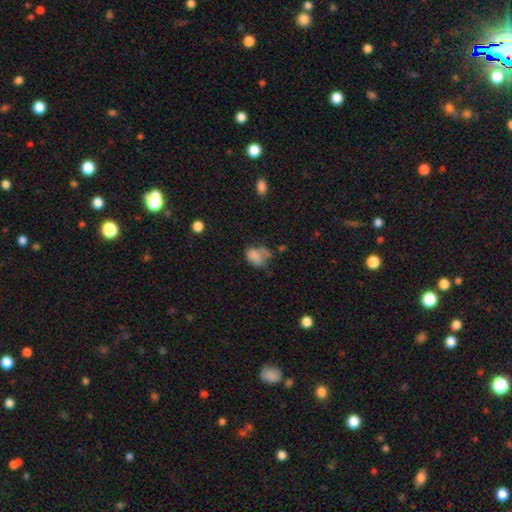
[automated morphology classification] A smooth galaxy with no disk features (77%) that is in between round and cigar-shaped (78%).

Vote fractions:
- Smooth or featured? smooth: 77% / featured or disk: 12% / star or artifact: 11%
- How rounded? in between: 78% / round: 20% / cigar-shaped: 1%
- Merging? none: 34% / minor disturbance: 30% / major disturbance: 21% / merger: 15%